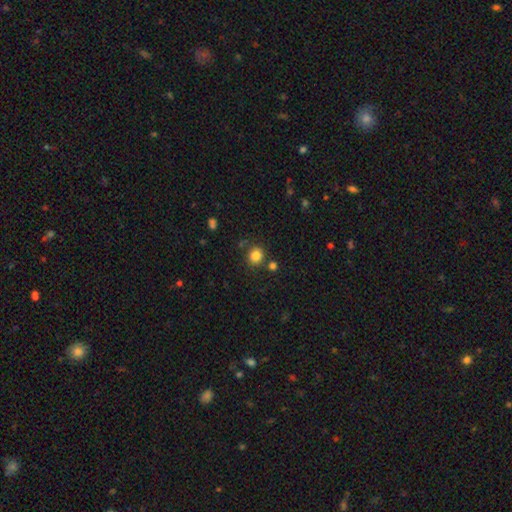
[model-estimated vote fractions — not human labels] smooth 83%, star or artifact 12%, featured or disk 5%. Down the decision tree: how rounded — round (85%); merging — none (80%).